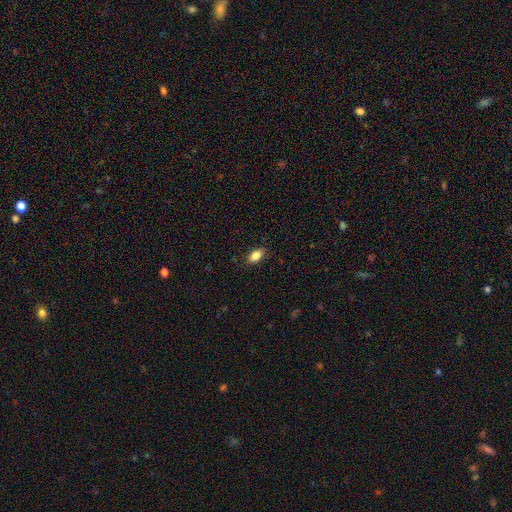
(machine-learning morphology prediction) type=smooth (83%); roundness=in between (88%); merging=none (87%).